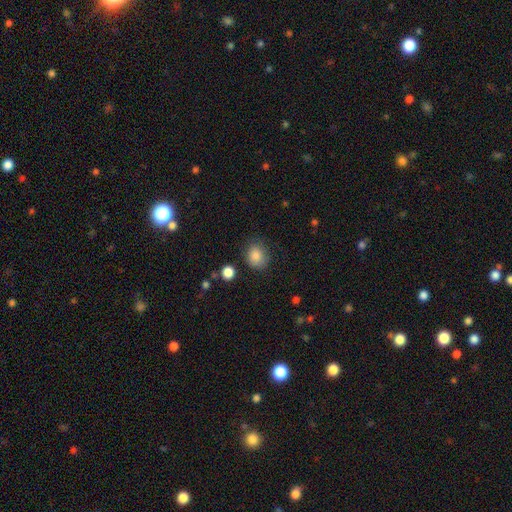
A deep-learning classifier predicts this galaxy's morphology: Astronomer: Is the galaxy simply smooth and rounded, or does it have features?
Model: smooth — 86%.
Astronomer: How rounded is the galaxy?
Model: round — 58% (runner-up: in between, 41%).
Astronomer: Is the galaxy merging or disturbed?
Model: none — 75%.